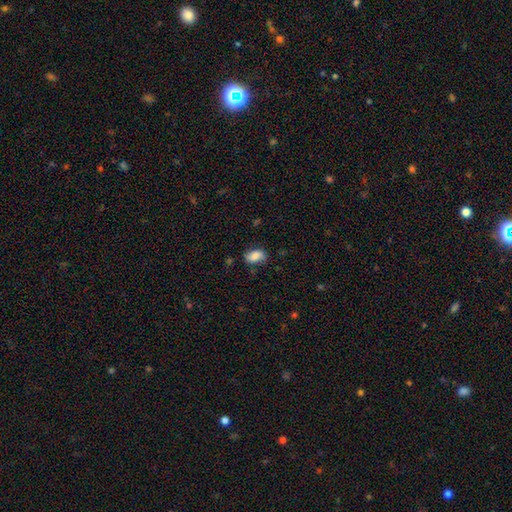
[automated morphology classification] smooth-or-featured: smooth: 75% | featured or disk: 17% | star or artifact: 8%
  how-rounded: in between: 87% | round: 11% | cigar-shaped: 3%
  merging: none: 68% | minor disturbance: 24% | major disturbance: 6% | merger: 2%